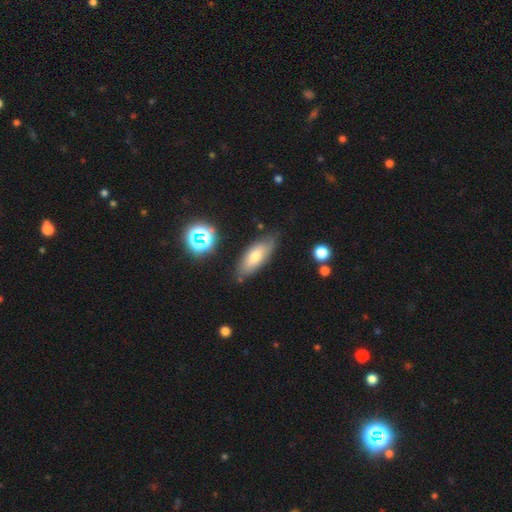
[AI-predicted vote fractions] Morphology: type=smooth (68%); roundness=in between (71%); merging=none (76%).